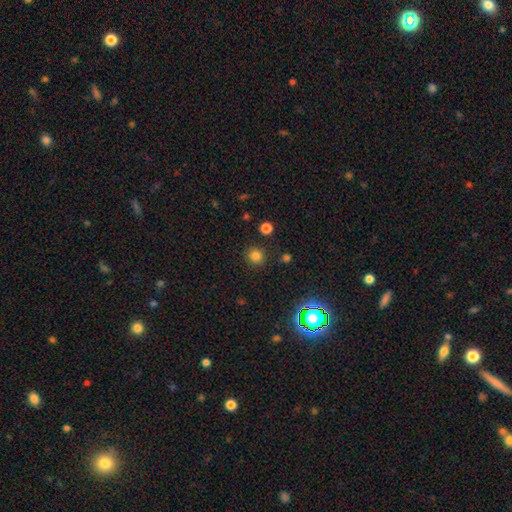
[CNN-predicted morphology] Q: Smooth or featured?
A: smooth (80%); runner-up: star or artifact (16%)
Q: How rounded?
A: round (92%); runner-up: in between (7%)
Q: Merging?
A: none (89%); runner-up: minor disturbance (7%)